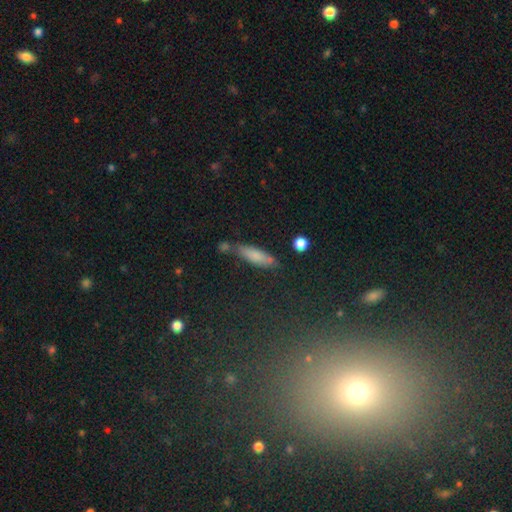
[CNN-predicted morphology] Overall: smooth (75%). How rounded: cigar-shaped (67%; in between 31%). Merging: none (66%).